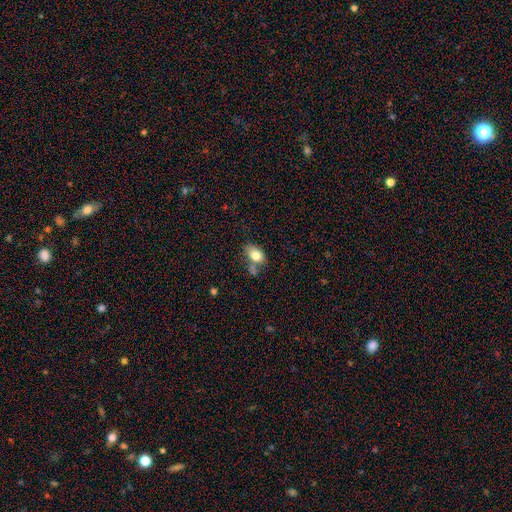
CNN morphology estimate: A smooth galaxy with no disk features (79%) that is in between round and cigar-shaped (86%). Merging: none (50%).